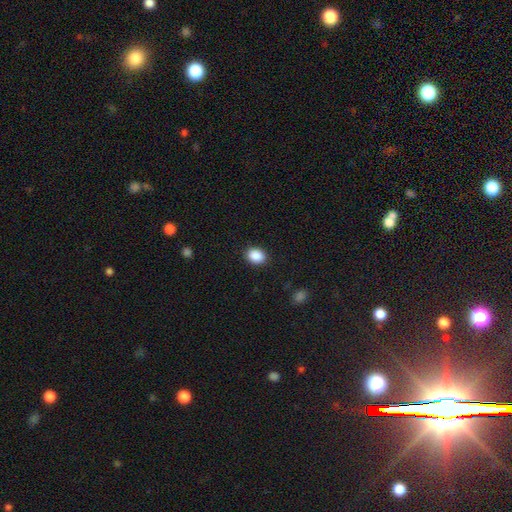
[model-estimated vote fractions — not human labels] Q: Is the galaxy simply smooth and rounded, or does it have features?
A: smooth — 89%.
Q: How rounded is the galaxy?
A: in between — 63%.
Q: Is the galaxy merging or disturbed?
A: none — 90%.